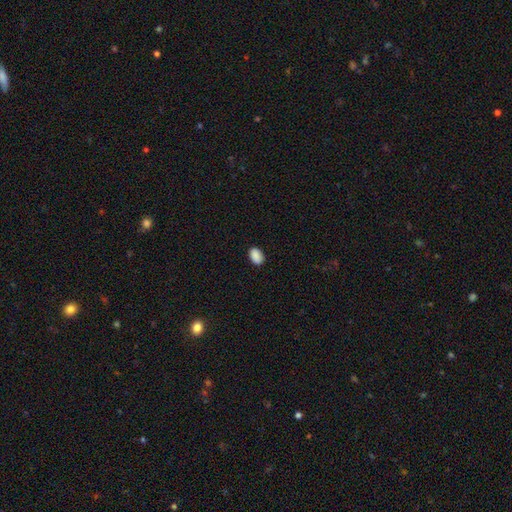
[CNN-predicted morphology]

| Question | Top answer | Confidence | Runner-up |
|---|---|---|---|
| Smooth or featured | smooth | 90% | star or artifact (8%) |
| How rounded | in between | 85% | round (14%) |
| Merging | none | 88% | minor disturbance (10%) |